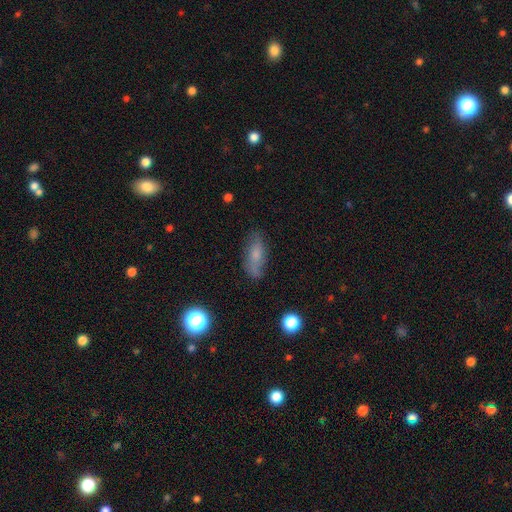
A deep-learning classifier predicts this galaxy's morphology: A smooth galaxy with no disk features (59%) that is in between round and cigar-shaped (73%).

Vote fractions:
- Smooth or featured? smooth: 59% / featured or disk: 31% / star or artifact: 10%
- How rounded? in between: 73% / cigar-shaped: 23% / round: 5%
- Merging? none: 69% / minor disturbance: 22% / major disturbance: 7% / merger: 2%